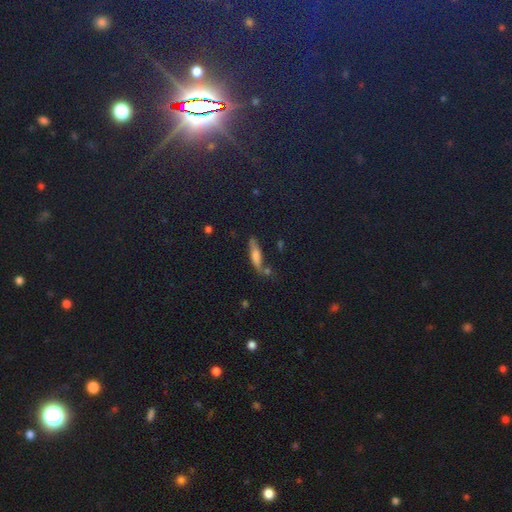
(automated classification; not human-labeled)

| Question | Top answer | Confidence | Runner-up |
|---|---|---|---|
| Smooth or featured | smooth | 46% | featured or disk (36%) |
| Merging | none | 65% | minor disturbance (18%) |